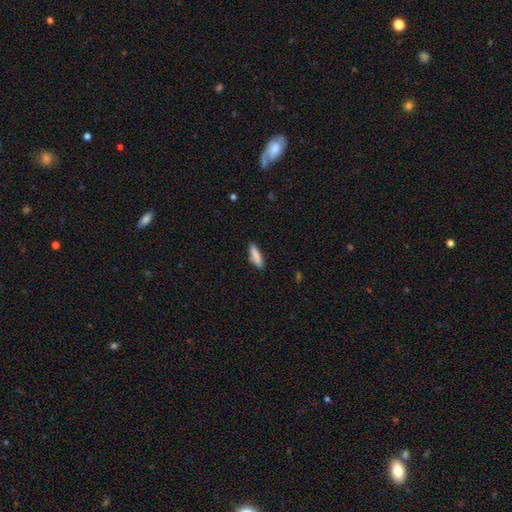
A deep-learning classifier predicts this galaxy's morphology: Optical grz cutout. It shows a smooth galaxy with no disk features (86%) that is cigar-shaped (69%). Merging: none (85%).